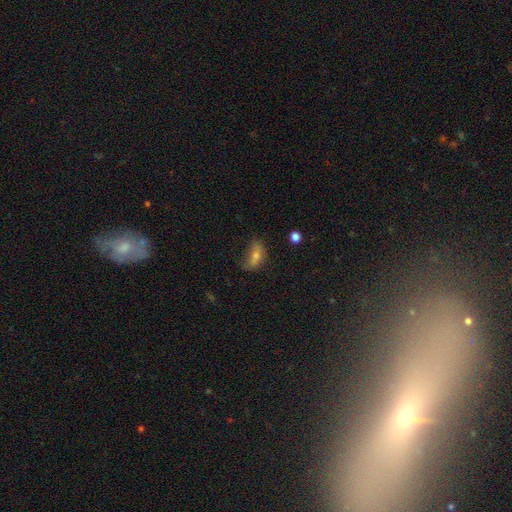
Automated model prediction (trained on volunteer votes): The model was most divided on "merging": none: 42%, minor disturbance: 34%, major disturbance: 20%, merger: 4%. More confident: how rounded — in between (82%); smooth or featured — smooth (63%).